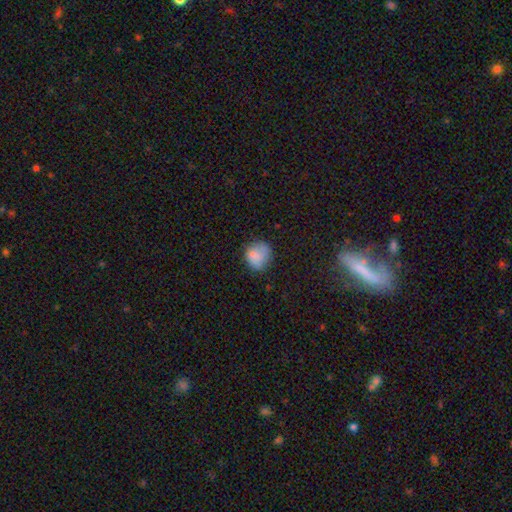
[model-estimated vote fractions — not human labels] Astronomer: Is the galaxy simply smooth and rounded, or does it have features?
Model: smooth — 79%.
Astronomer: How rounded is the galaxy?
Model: round — 72%.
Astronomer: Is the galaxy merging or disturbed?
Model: none — 63%.